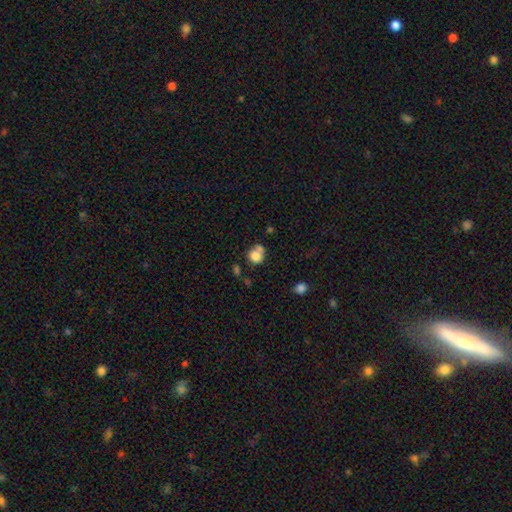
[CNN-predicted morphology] This appears to be a smooth galaxy with no disk features (81%) that is round (77%). Merging: none (48%).